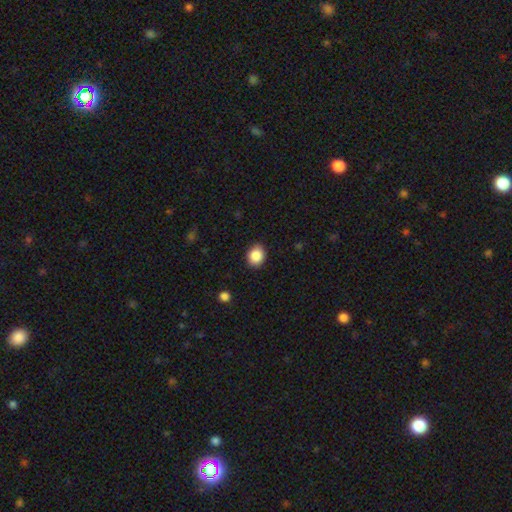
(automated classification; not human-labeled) This appears to be a smooth galaxy with no disk features (87%) that is round (64%). Merging: none (87%).